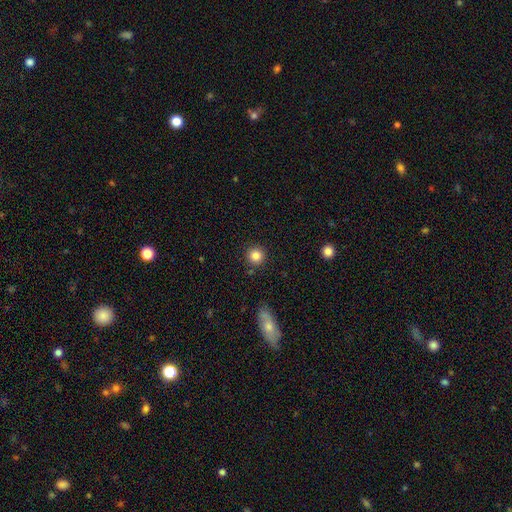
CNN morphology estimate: A smooth galaxy with no disk features (85%) that is round (94%). Merging: none (89%).